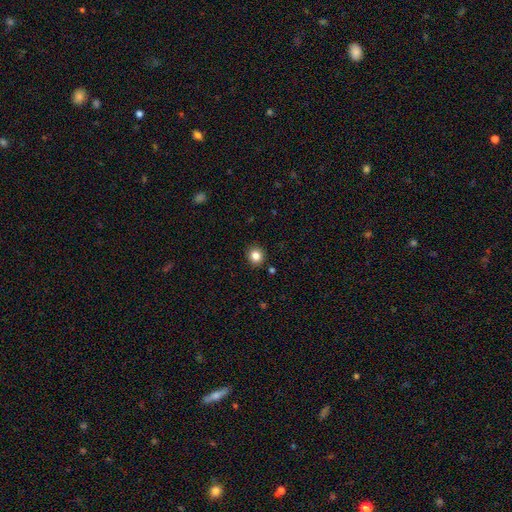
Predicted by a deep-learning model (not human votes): The model was most divided on "smooth or featured": smooth: 83%, star or artifact: 12%, featured or disk: 5%. More confident: merging — none (91%); how rounded — round (88%).